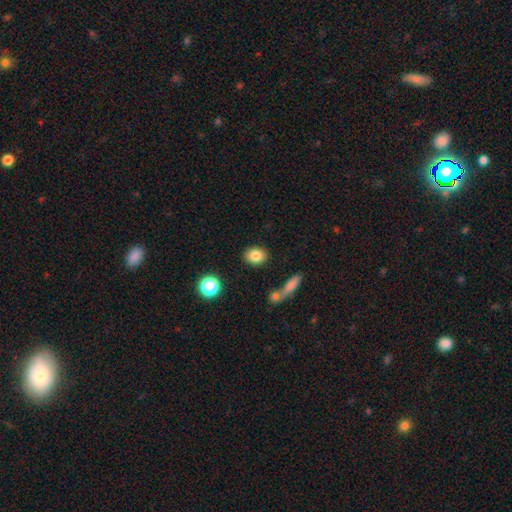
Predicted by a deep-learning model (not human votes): Overall: smooth (83%). How rounded: in between (51%; round 47%). Merging: none (86%).